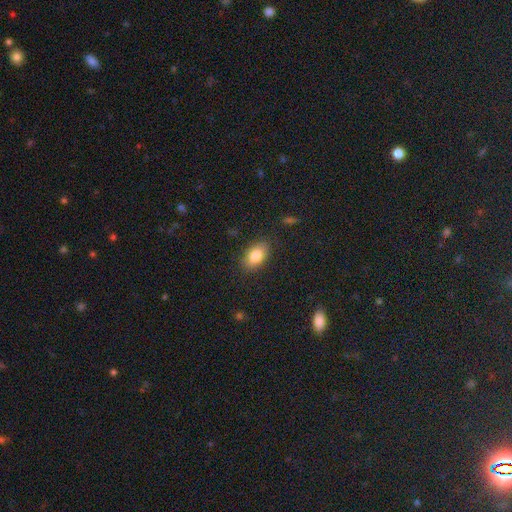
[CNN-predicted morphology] Smooth or featured? Predicted: smooth (p=0.83). How rounded? Predicted: in between (p=0.89). Merging? Predicted: none (p=0.84).